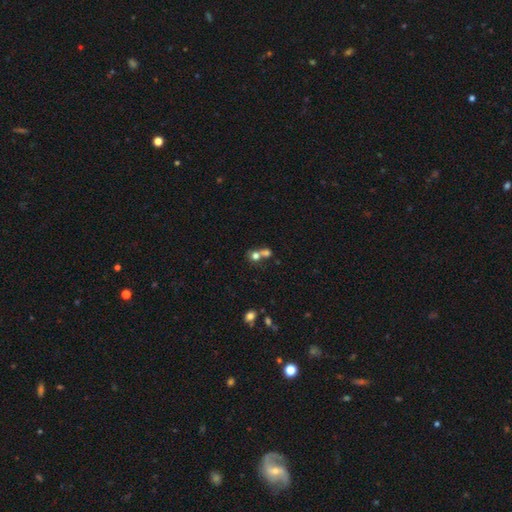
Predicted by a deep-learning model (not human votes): Overall: smooth (70%). How rounded: round (75%). Merging: merger (57%; none 33%).